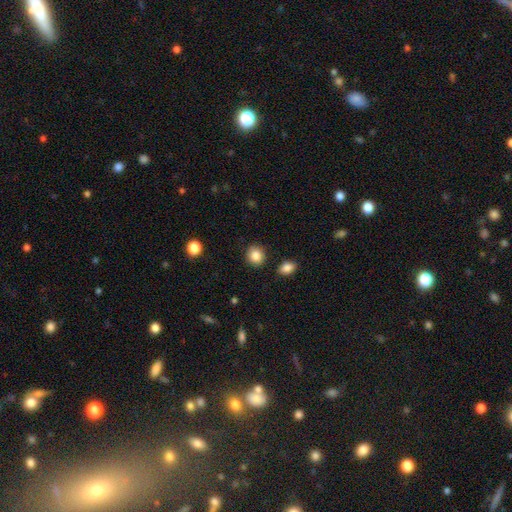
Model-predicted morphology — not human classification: smooth_or_featured: smooth (p=0.86) [alt: star or artifact p=0.09]
how_rounded: round (p=0.81) [alt: in between p=0.18]
merging: none (p=0.87) [alt: minor disturbance p=0.08]